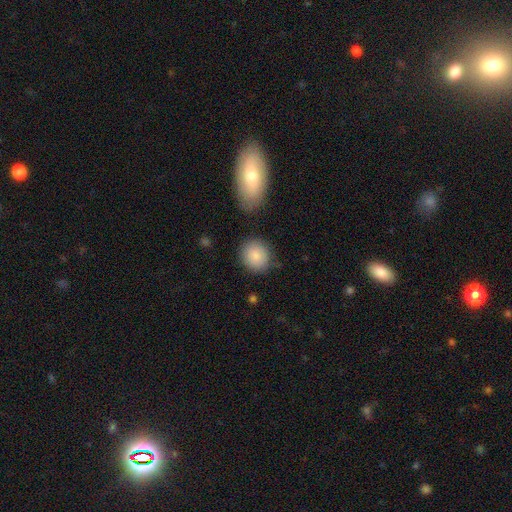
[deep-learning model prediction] Overall: smooth (86%). How rounded: round (83%). Merging: none (81%).